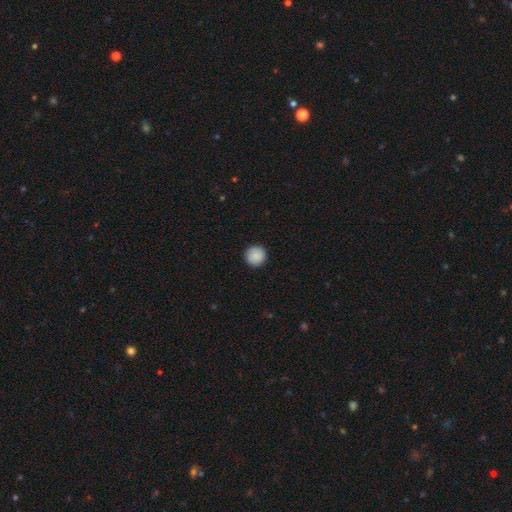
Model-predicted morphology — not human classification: A smooth galaxy with no disk features (89%) that is round (95%).

Vote fractions:
- Smooth or featured? smooth: 89% / star or artifact: 7% / featured or disk: 4%
- How rounded? round: 95% / in between: 4% / cigar-shaped: 1%
- Merging? none: 92% / minor disturbance: 6% / major disturbance: 2% / merger: 1%